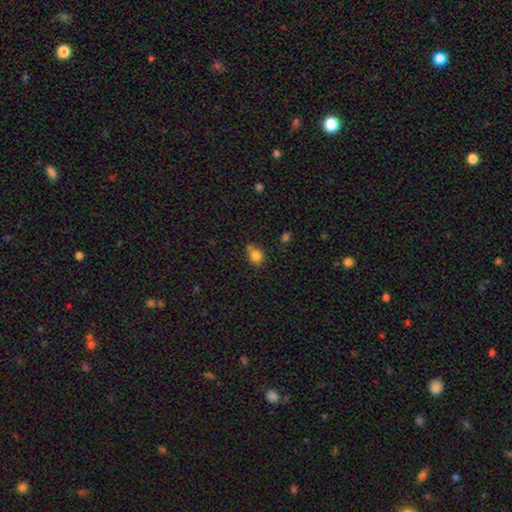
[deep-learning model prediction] Q: Smooth or featured?
A: smooth (81%); runner-up: star or artifact (12%)
Q: How rounded?
A: round (58%); runner-up: in between (40%)
Q: Merging?
A: none (56%); runner-up: minor disturbance (27%)